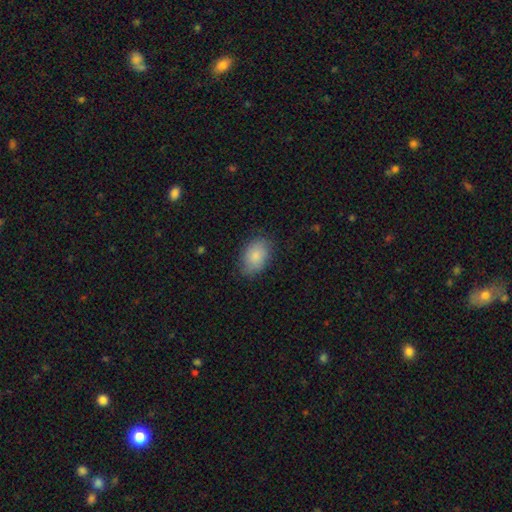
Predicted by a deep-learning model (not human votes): The model was most divided on "merging": none: 81%, minor disturbance: 15%, major disturbance: 4%, merger: 1%. More confident: how rounded — in between (87%); smooth or featured — smooth (86%).